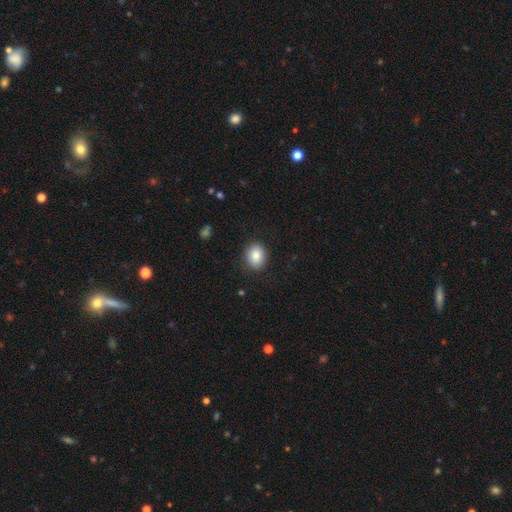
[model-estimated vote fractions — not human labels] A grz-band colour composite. It shows a smooth galaxy with no disk features (85%) that is round (50%). Merging: none (86%).